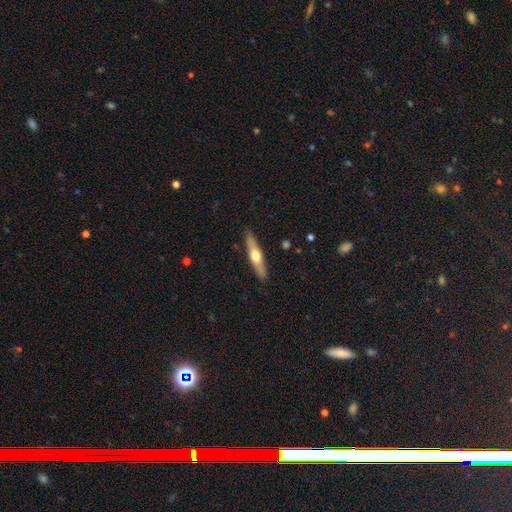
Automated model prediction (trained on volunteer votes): smooth-or-featured: featured or disk: 53% | smooth: 42% | star or artifact: 5%
  disk-edge-on: yes: 91% | no: 9%
  merging: none: 90% | minor disturbance: 8% | major disturbance: 2% | merger: 1%